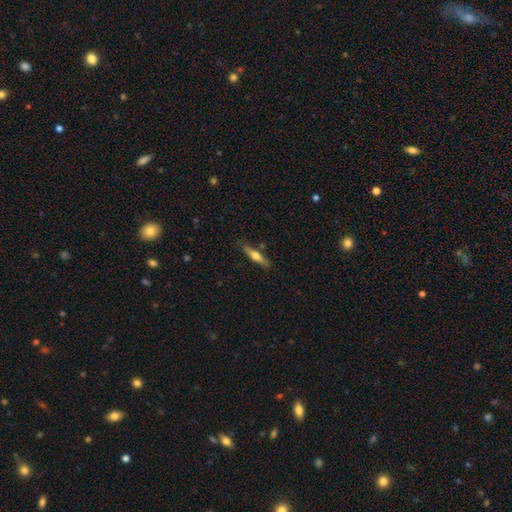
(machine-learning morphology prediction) type=smooth (51%); roundness=cigar-shaped (78%); merging=none (80%).